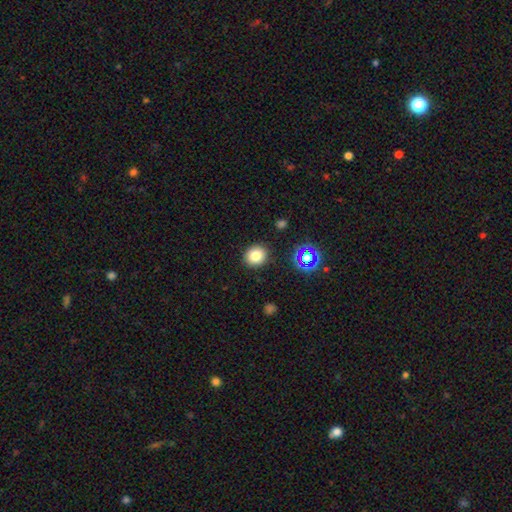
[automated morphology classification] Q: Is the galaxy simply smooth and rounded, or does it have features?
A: smooth — 79%.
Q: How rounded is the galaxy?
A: round — 82%.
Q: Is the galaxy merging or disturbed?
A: none — 89%.